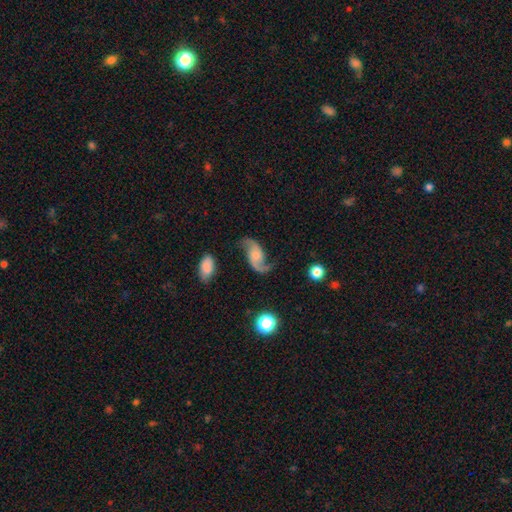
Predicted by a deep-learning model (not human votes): smooth_or_featured: featured or disk (p=0.86) [alt: smooth p=0.08]
disk_edge_on: no (p=0.97) [alt: yes p=0.03]
bar: no (p=0.62) [alt: weak p=0.31]
has_spiral_arms: yes (p=0.96) [alt: no p=0.04]
spiral_winding: loose (p=0.75) [alt: medium p=0.20]
spiral_arm_count: 2 (p=0.91) [alt: 1 p=0.04]
bulge_size: small (p=0.33) [alt: moderate p=0.32]
merging: none (p=0.69) [alt: minor disturbance p=0.17]